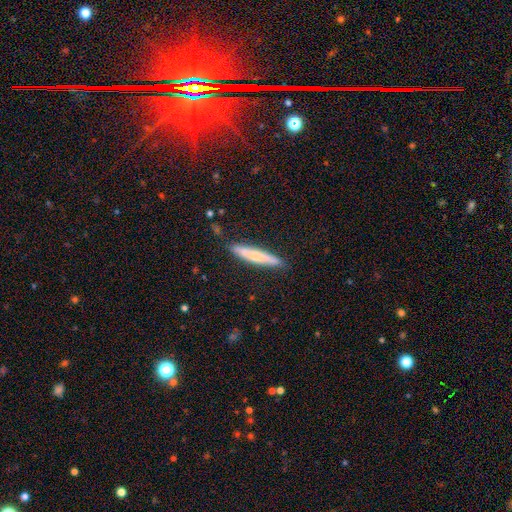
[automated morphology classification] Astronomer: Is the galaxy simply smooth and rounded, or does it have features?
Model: smooth — 58% (runner-up: featured or disk, 36%).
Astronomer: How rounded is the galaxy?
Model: cigar-shaped — 92%.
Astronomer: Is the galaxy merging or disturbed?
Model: none — 86%.